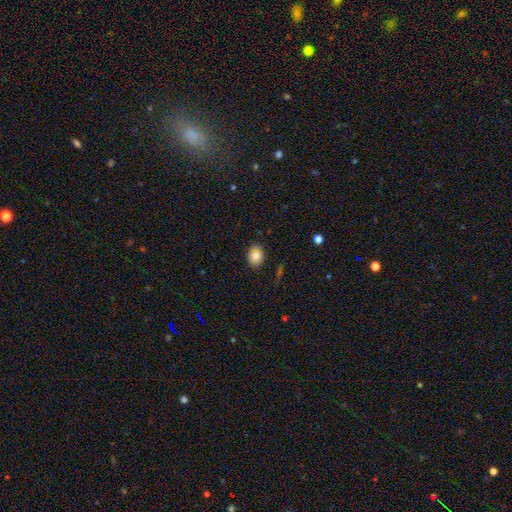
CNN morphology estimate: smooth 82%, star or artifact 10%, featured or disk 9%. Down the decision tree: how rounded — in between (53%); merging — none (81%).